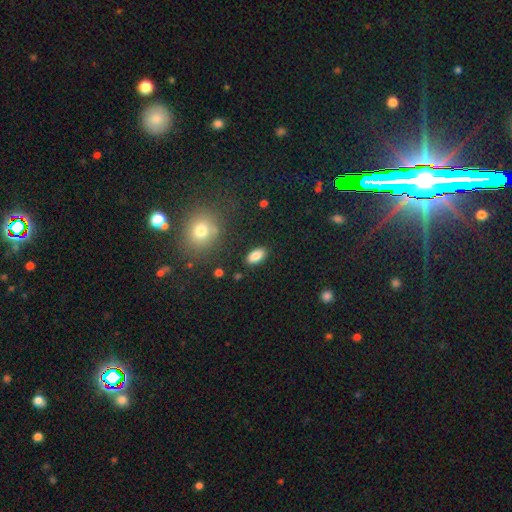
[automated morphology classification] Q: Smooth or featured?
A: smooth (85%); runner-up: star or artifact (8%)
Q: How rounded?
A: in between (92%); runner-up: round (4%)
Q: Merging?
A: none (88%); runner-up: minor disturbance (8%)